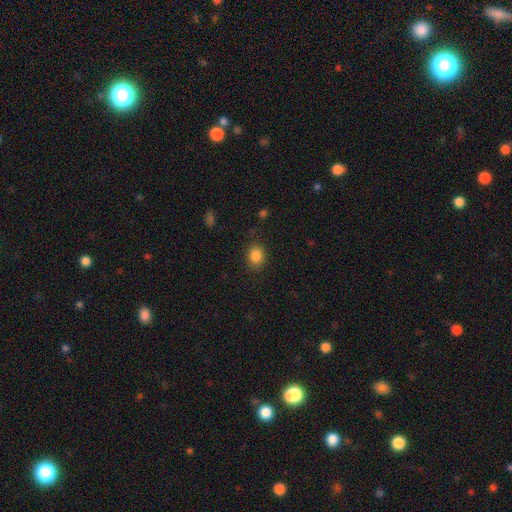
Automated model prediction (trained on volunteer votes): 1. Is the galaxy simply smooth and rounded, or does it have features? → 85% smooth, 10% star or artifact, 5% featured or disk.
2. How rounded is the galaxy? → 54% round, 45% in between, 1% cigar-shaped.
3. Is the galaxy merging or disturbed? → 83% none, 12% minor disturbance, 4% major disturbance, 1% merger.